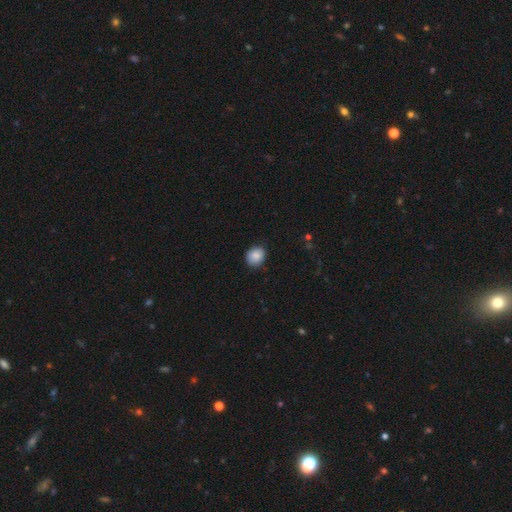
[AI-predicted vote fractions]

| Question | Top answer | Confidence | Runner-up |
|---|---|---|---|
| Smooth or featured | smooth | 87% | star or artifact (8%) |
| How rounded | round | 60% | in between (40%) |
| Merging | none | 82% | minor disturbance (14%) |